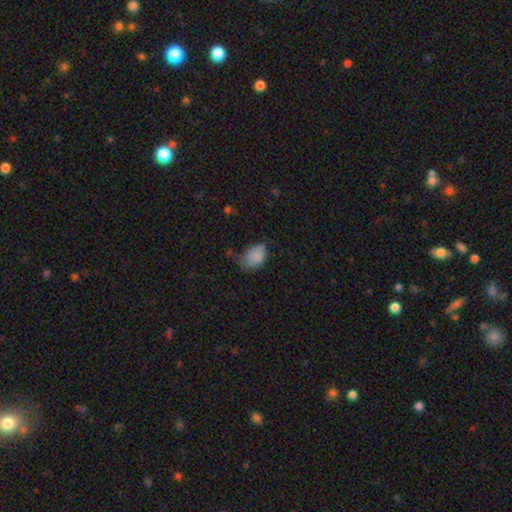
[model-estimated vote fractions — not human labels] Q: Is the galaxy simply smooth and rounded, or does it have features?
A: smooth — 83%.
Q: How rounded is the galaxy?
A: in between — 83%.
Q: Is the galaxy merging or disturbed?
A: none — 53%.